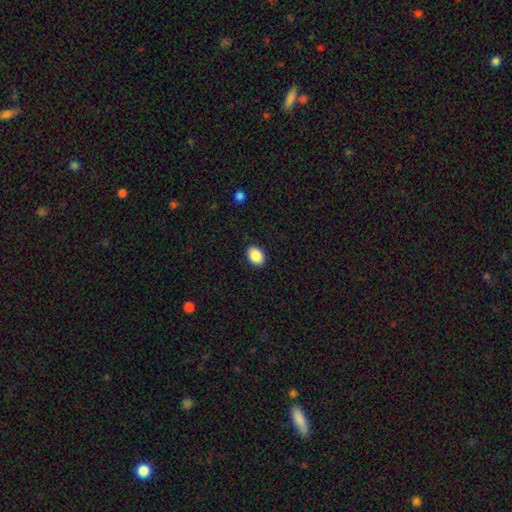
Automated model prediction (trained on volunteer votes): Q: Smooth or featured?
A: smooth (89%); runner-up: star or artifact (7%)
Q: How rounded?
A: in between (74%); runner-up: round (25%)
Q: Merging?
A: none (90%); runner-up: minor disturbance (7%)